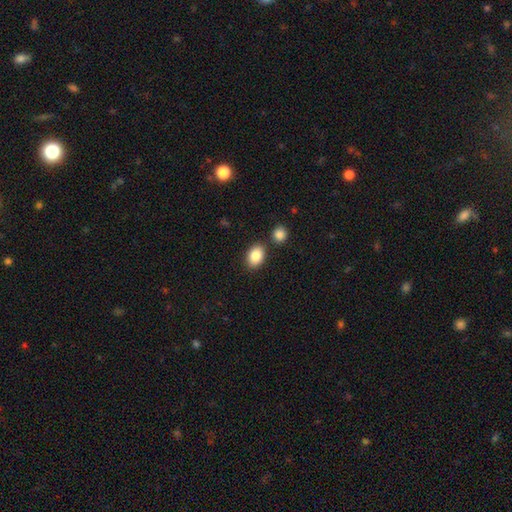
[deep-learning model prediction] A smooth galaxy with no disk features (87%) that is in between round and cigar-shaped (82%). Merging: none (80%).